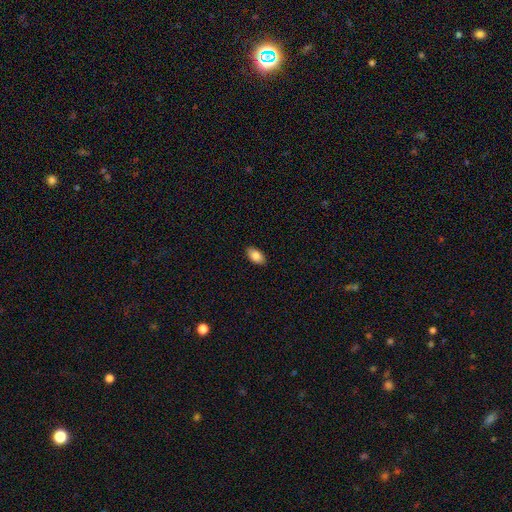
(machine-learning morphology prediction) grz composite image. It shows a smooth galaxy with no disk features (86%) that is in between round and cigar-shaped (93%). Merging: none (88%).